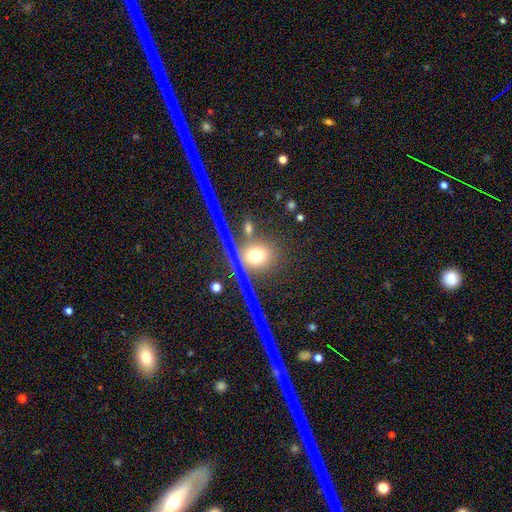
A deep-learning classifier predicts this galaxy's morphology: A smooth galaxy with no disk features (51%) that is round (83%). Merging: none (76%).